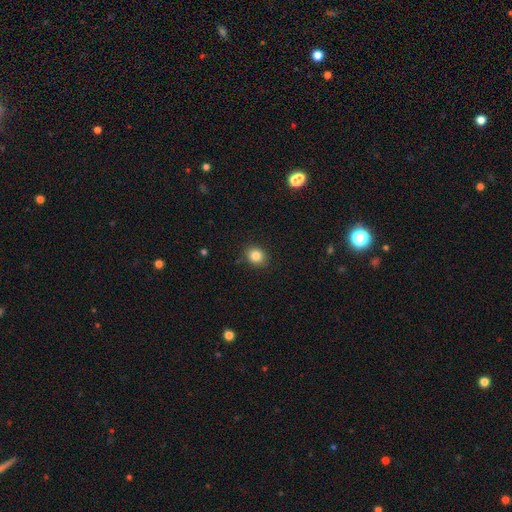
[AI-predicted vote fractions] Q: Smooth or featured?
A: smooth (84%); runner-up: star or artifact (10%)
Q: How rounded?
A: round (70%); runner-up: in between (29%)
Q: Merging?
A: none (87%); runner-up: minor disturbance (10%)